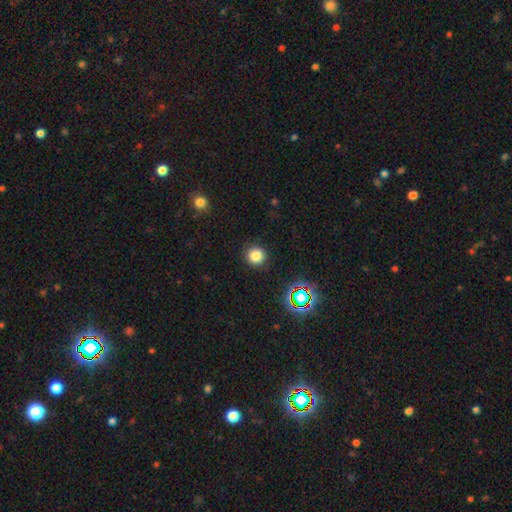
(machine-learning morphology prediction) The model was most divided on "smooth or featured": smooth: 80%, star or artifact: 16%, featured or disk: 5%. More confident: how rounded — round (93%); merging — none (90%).